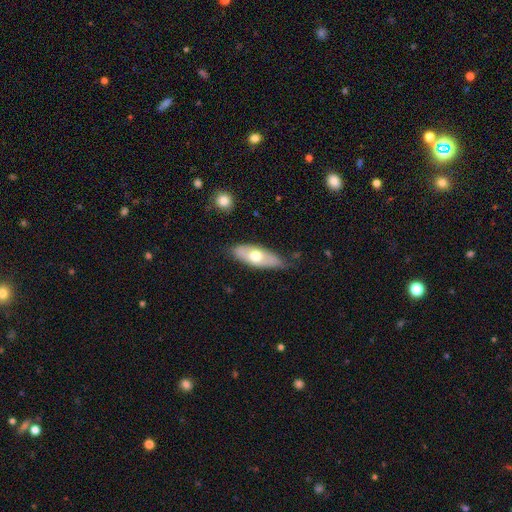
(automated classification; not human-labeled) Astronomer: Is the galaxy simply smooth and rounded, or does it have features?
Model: smooth — 54% (runner-up: featured or disk, 40%).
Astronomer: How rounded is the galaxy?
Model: in between — 75%.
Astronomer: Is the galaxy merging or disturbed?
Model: none — 72%.